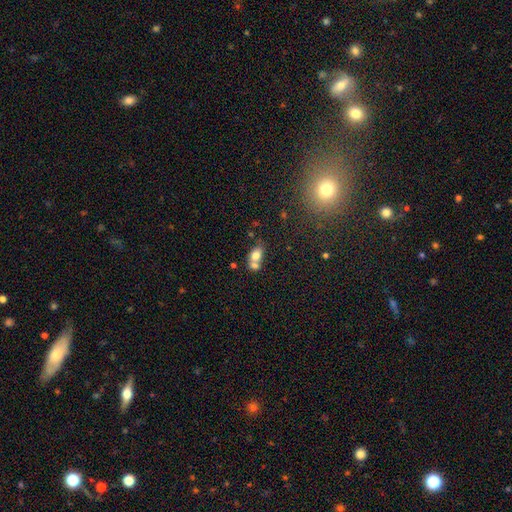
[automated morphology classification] smooth-or-featured: smooth: 74% | featured or disk: 16% | star or artifact: 10%
  how-rounded: in between: 71% | round: 26% | cigar-shaped: 2%
  merging: merger: 59% | none: 29% | minor disturbance: 9% | major disturbance: 4%